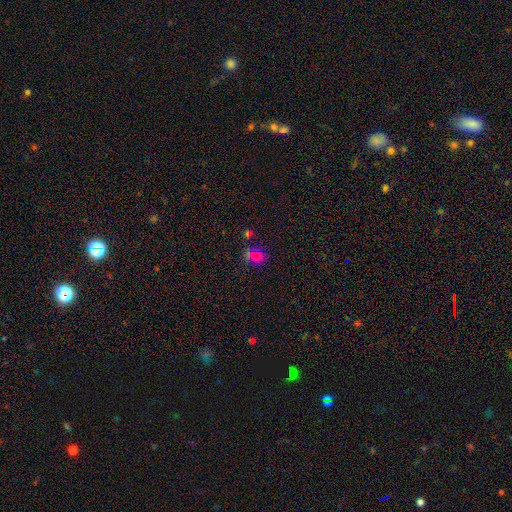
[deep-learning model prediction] The model was most divided on "how rounded": round: 58%, in between: 41%, cigar-shaped: 1%. More confident: smooth or featured — smooth (69%); merging — none (63%).